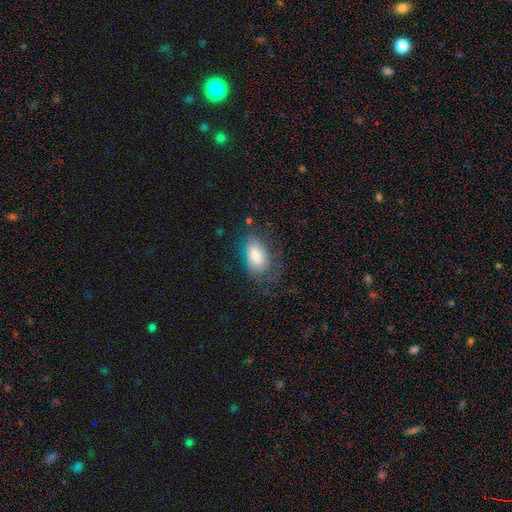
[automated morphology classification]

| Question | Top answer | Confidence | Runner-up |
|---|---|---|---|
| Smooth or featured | smooth | 67% | featured or disk (23%) |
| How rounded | in between | 90% | round (7%) |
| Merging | none | 57% | minor disturbance (25%) |